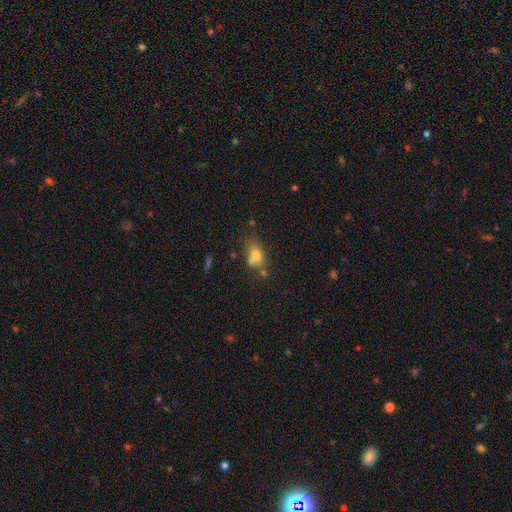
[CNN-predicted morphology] smooth 72%, featured or disk 16%, star or artifact 12%. Down the decision tree: how rounded — in between (70%); merging — none (40%).